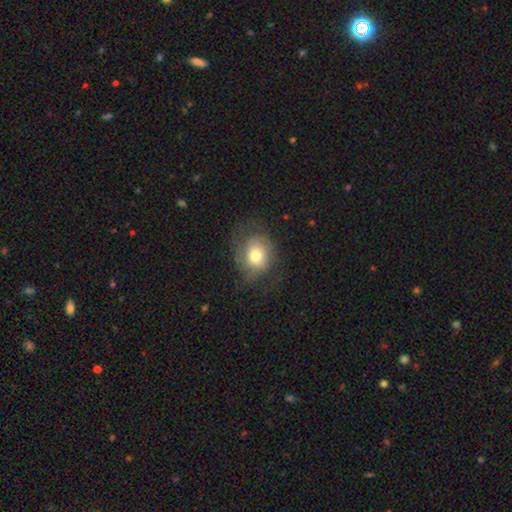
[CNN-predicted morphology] smooth_or_featured: smooth (p=0.67) [alt: featured or disk p=0.24]
how_rounded: round (p=0.52) [alt: in between p=0.47]
merging: none (p=0.59) [alt: minor disturbance p=0.23]